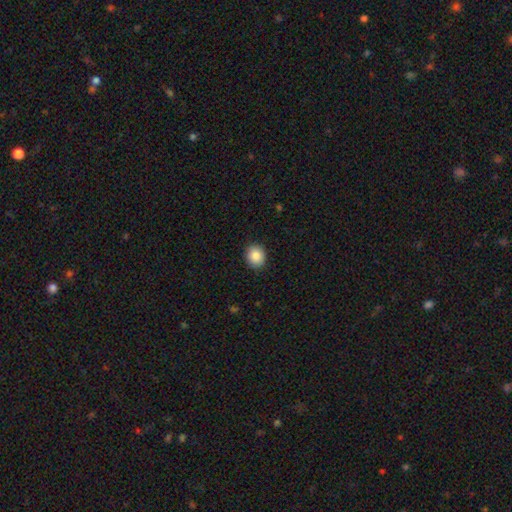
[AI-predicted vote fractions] Smooth or featured?
  - smooth: 87% *
  - star or artifact: 9%
  - featured or disk: 4%
How rounded?
  - round: 72% *
  - in between: 27%
  - cigar-shaped: 1%
Merging?
  - none: 91% *
  - minor disturbance: 6%
  - major disturbance: 2%
  - merger: 1%